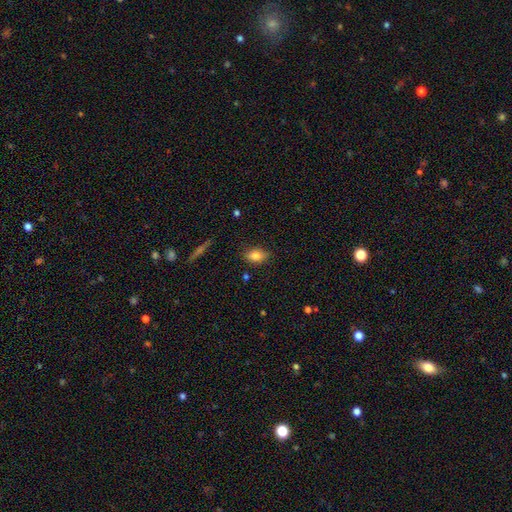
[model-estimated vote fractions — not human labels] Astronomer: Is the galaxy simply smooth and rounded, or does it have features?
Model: smooth — 76%.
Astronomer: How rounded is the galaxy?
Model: in between — 83%.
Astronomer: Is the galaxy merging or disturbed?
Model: none — 81%.